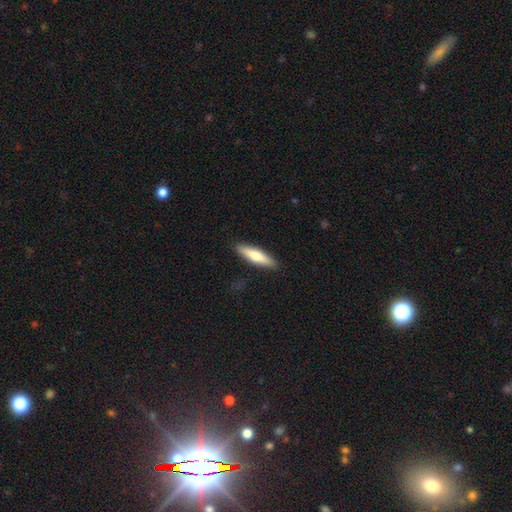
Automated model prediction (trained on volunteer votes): Morphology: type=smooth (65%); roundness=cigar-shaped (76%); merging=none (90%).